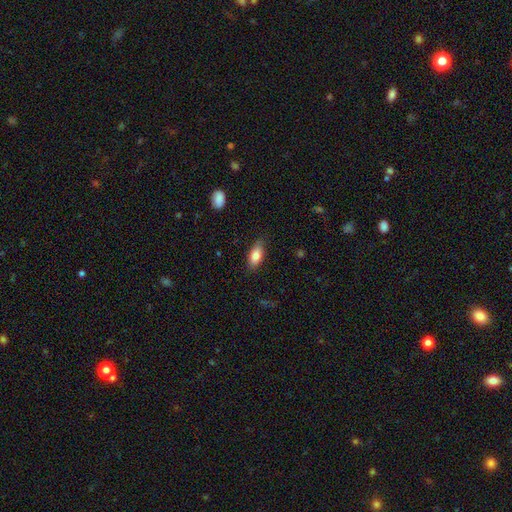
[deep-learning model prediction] smooth 82%, featured or disk 12%, star or artifact 7%. Down the decision tree: how rounded — in between (86%); merging — none (82%).